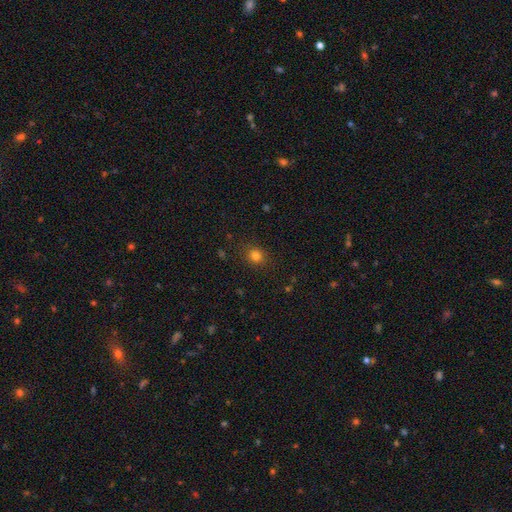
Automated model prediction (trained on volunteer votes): Morphology: type=smooth (80%); roundness=round (79%); merging=none (88%).